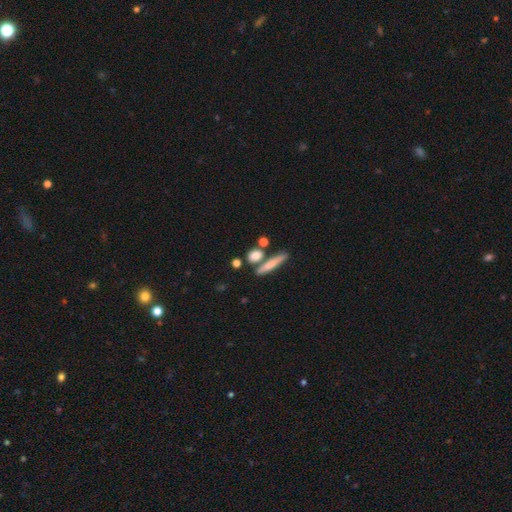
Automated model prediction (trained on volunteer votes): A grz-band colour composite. It shows a smooth galaxy with no disk features (80%) that is round (42%). Merging: none (68%).